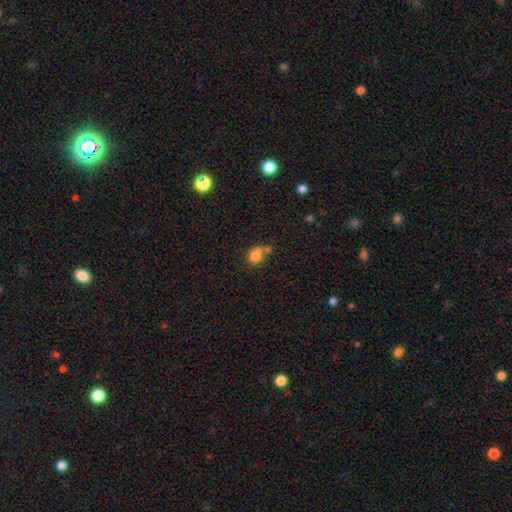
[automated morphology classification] Smooth or featured? smooth (76%)
How rounded? round (74%)
Merging? merger (45%)